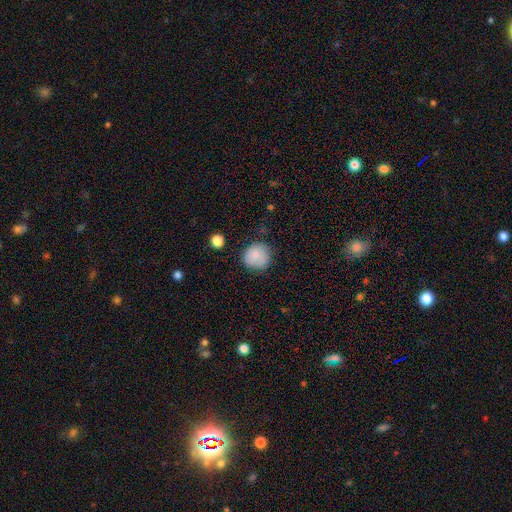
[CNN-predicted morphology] Q: Smooth or featured?
A: smooth (82%); runner-up: featured or disk (10%)
Q: How rounded?
A: round (89%); runner-up: in between (10%)
Q: Merging?
A: none (77%); runner-up: minor disturbance (17%)